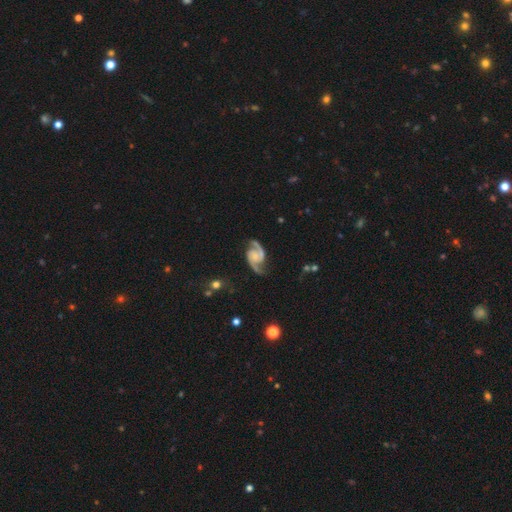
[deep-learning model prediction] This appears to be a featured or disk galaxy (92%) with no bar (64%), 2 (94%) medium (55%) spiral arms (98%) and a small central bulge (48%). Merging: none (74%).